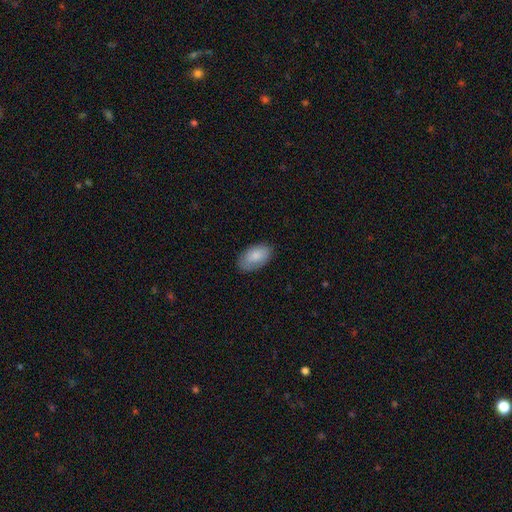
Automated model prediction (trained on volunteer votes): This is clearly a smooth galaxy (86%). How rounded: clearly in between (95%). Merging: clearly none (82%).